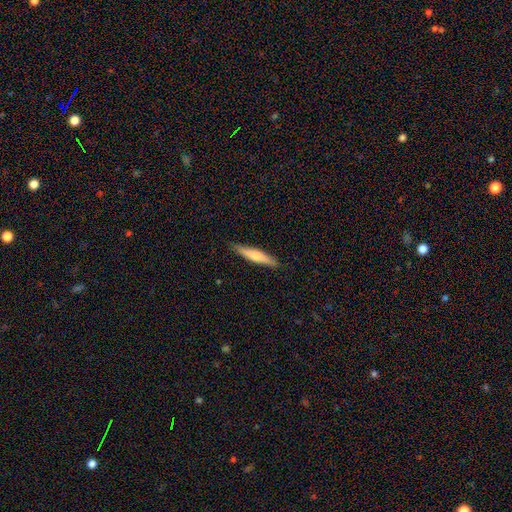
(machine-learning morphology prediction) Smooth or featured? smooth (61%)
How rounded? cigar-shaped (88%)
Merging? none (87%)